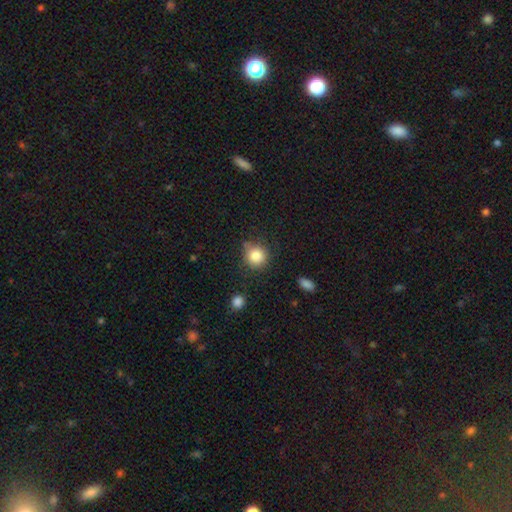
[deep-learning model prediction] Smooth or featured? smooth (85%)
How rounded? round (90%)
Merging? none (75%)